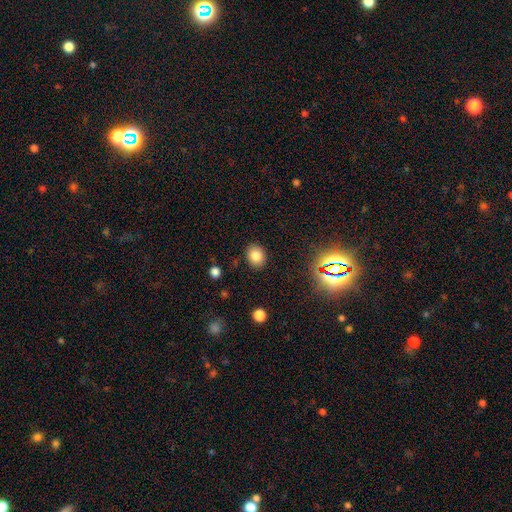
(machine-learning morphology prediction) Smooth or featured? smooth (80%)
How rounded? round (50%)
Merging? none (88%)